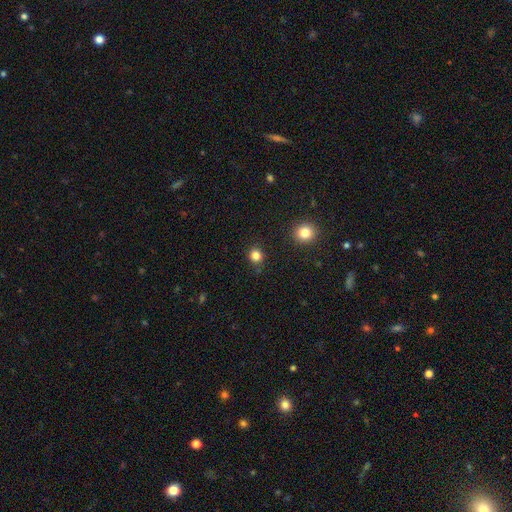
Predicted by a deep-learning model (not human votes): Overall: smooth (83%). How rounded: round (86%). Merging: none (87%).